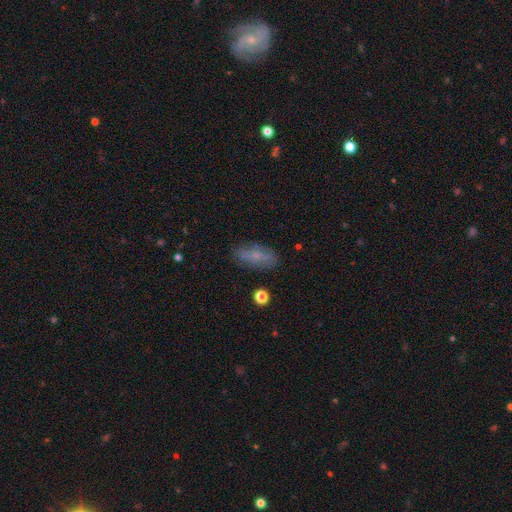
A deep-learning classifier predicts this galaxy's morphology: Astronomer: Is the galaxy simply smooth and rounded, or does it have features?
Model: smooth — 58%.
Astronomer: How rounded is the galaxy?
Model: in between — 69%.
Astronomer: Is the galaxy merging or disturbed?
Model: none — 78%.